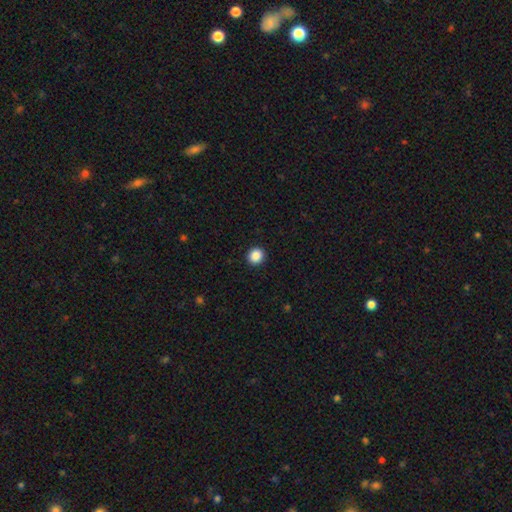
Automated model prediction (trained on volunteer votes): This appears to be a smooth galaxy with no disk features (88%) that is round (87%). Merging: none (93%).